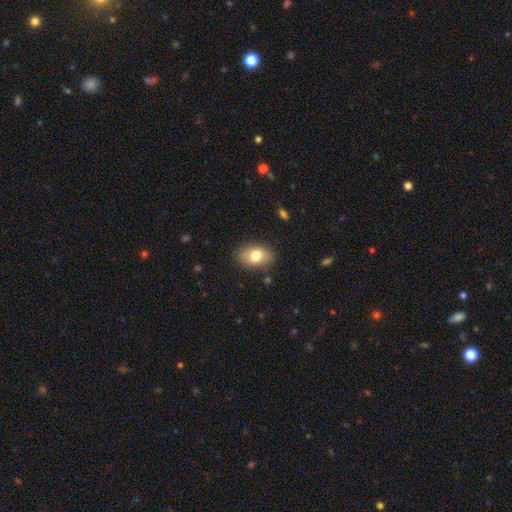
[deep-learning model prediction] Smooth or featured: smooth — 79% (featured or disk — 14%)
How rounded: in between — 86% (round — 12%)
Merging: none — 83% (minor disturbance — 13%)